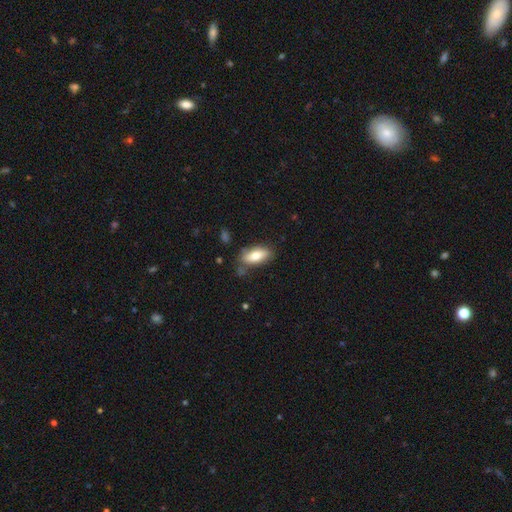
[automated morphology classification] Overall: smooth (73%). How rounded: in between (81%). Merging: none (73%).